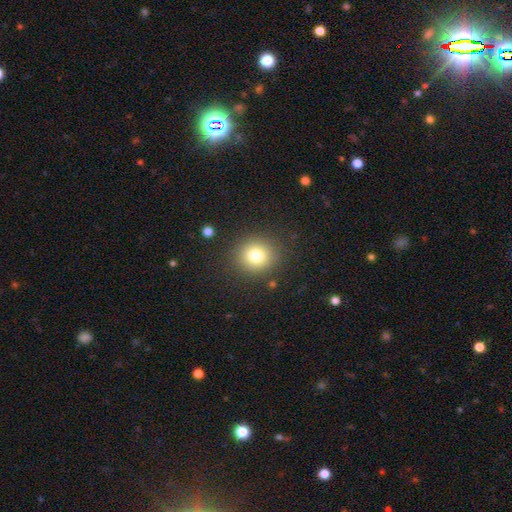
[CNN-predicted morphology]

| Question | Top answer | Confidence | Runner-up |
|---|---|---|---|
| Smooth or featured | smooth | 78% | star or artifact (13%) |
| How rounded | round | 87% | in between (12%) |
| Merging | none | 88% | minor disturbance (7%) |